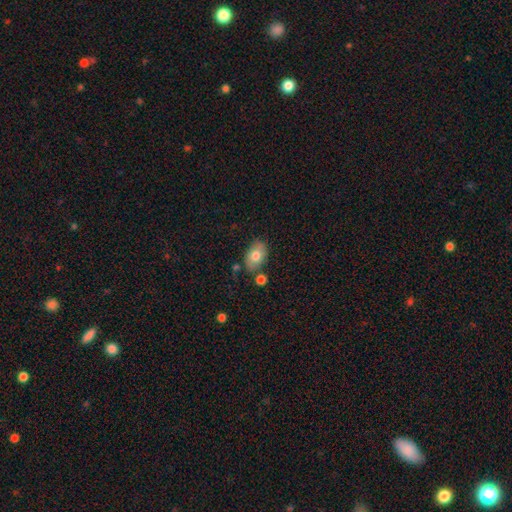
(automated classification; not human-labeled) This is likely a smooth galaxy (73%). How rounded: clearly in between (88%). Merging: likely none (74%).